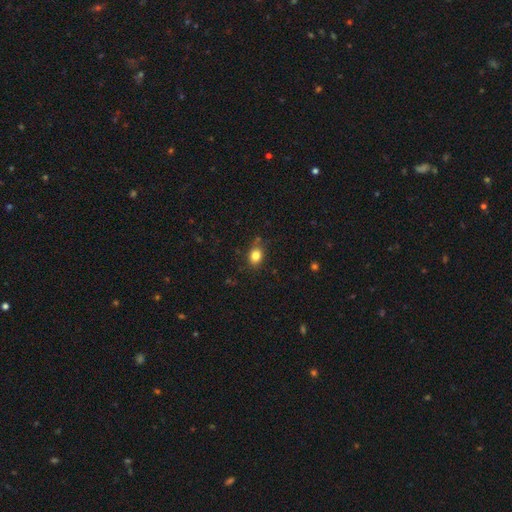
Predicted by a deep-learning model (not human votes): Overall: smooth (83%). How rounded: in between (56%; round 43%). Merging: none (79%).